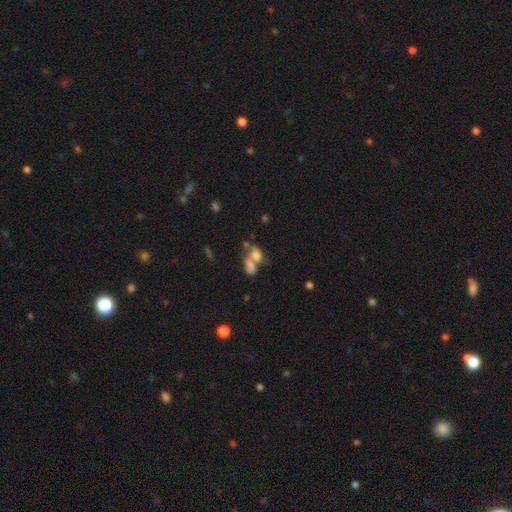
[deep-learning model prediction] Smooth or featured: smooth — 68% (featured or disk — 19%)
How rounded: in between — 81% (round — 12%)
Merging: merger — 60% (none — 23%)